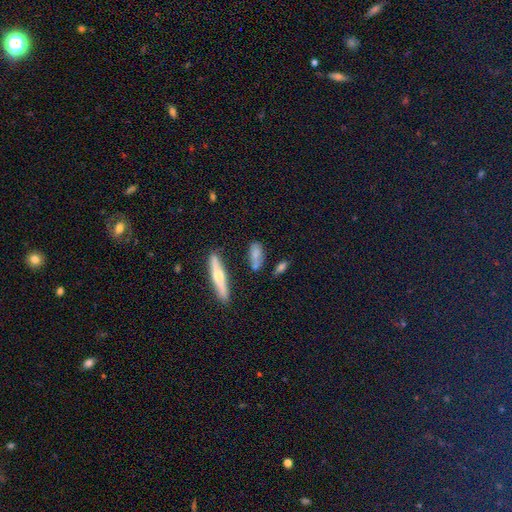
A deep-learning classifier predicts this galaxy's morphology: smooth_or_featured: smooth (p=0.68) [alt: featured or disk p=0.23]
how_rounded: in between (p=0.72) [alt: cigar-shaped p=0.22]
merging: none (p=0.62) [alt: minor disturbance p=0.23]